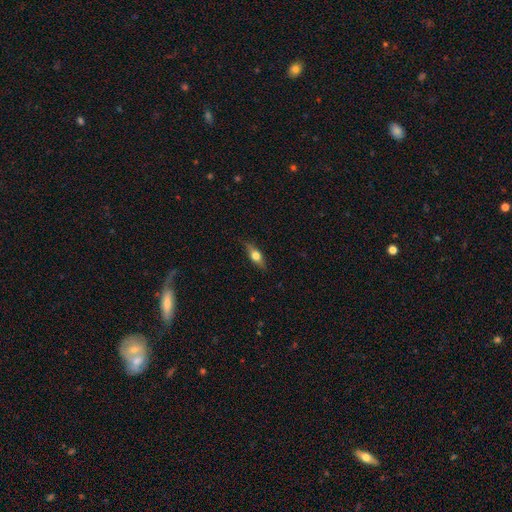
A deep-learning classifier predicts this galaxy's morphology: A featured or disk galaxy (47%).

Vote fractions:
- Smooth or featured? featured or disk: 47% / smooth: 45% / star or artifact: 7%
- Merging? none: 82% / minor disturbance: 14% / major disturbance: 3% / merger: 1%